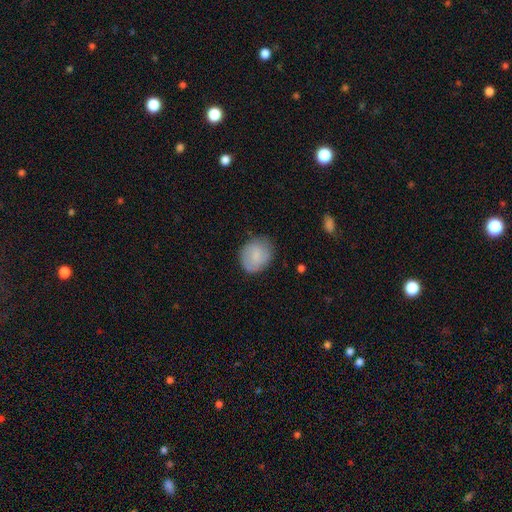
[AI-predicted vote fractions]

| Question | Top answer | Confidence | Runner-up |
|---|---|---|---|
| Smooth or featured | smooth | 76% | featured or disk (17%) |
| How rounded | round | 54% | in between (45%) |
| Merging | none | 74% | minor disturbance (20%) |